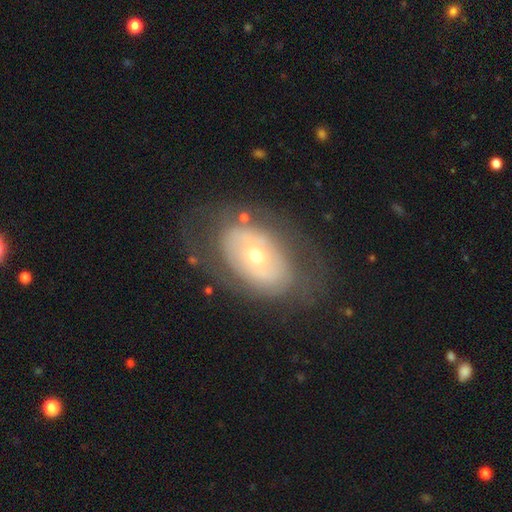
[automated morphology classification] featured or disk 59%, smooth 34%, star or artifact 8%. Down the decision tree: edge-on disk — no (93%); bar — no (75%); spiral arms — no (65%); bulge size — small (51%); merging — none (69%).